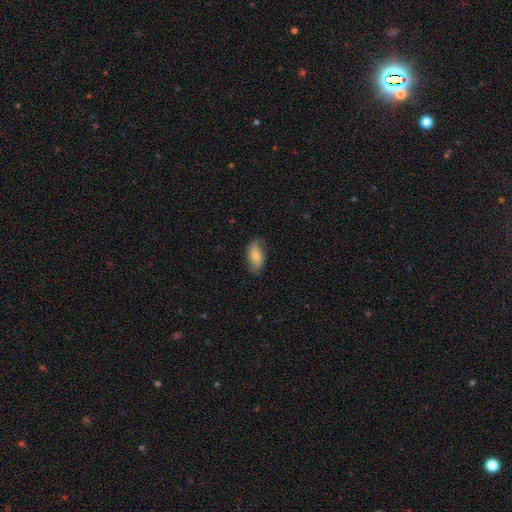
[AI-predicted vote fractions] Overall: smooth (64%; featured or disk 30%). How rounded: in between (92%). Merging: none (72%).